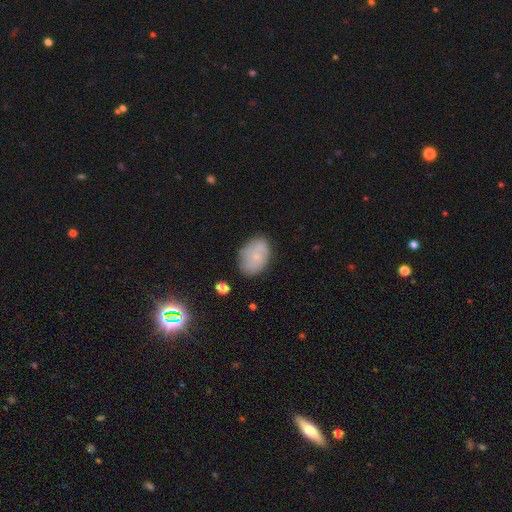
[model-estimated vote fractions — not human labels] smooth_or_featured: smooth (p=0.50) [alt: featured or disk p=0.41]
how_rounded: in between (p=0.82) [alt: round p=0.16]
merging: none (p=0.70) [alt: minor disturbance p=0.22]